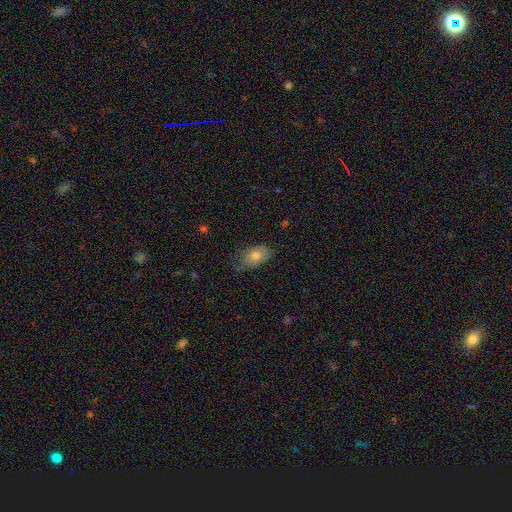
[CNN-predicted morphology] A smooth galaxy with no disk features (74%) that is in between round and cigar-shaped (84%). Merging: none (70%).